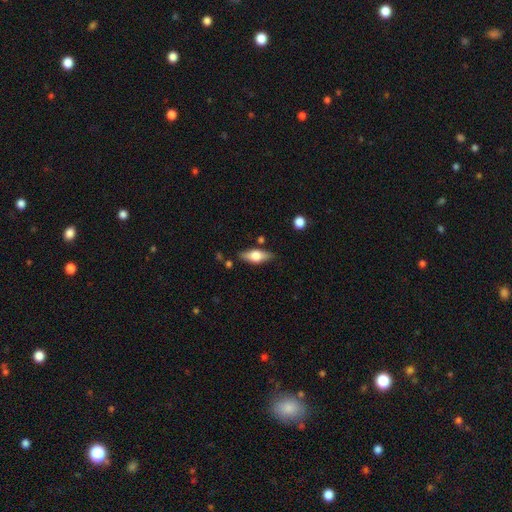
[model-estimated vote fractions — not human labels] Morphology: type=smooth (50%); merging=none (81%).